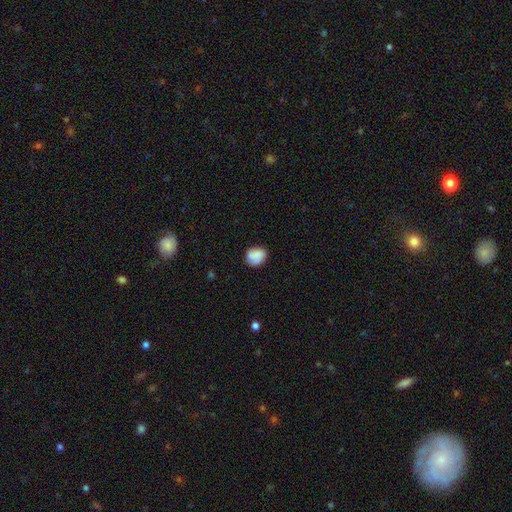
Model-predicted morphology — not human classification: A smooth galaxy with no disk features (79%) that is round (65%). Merging: none (72%).